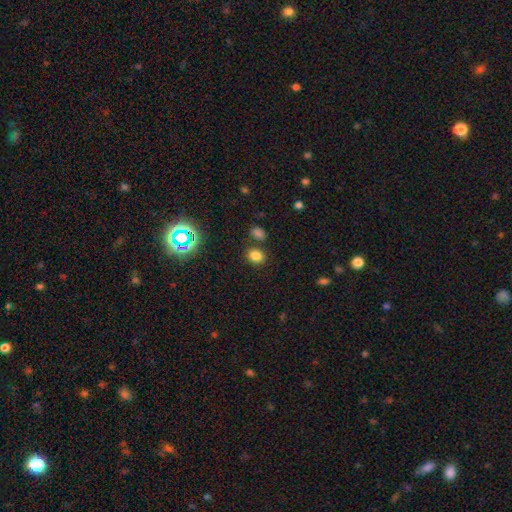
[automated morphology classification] Smooth or featured: smooth — 77% (star or artifact — 17%)
How rounded: in between — 54% (round — 44%)
Merging: none — 78% (minor disturbance — 10%)